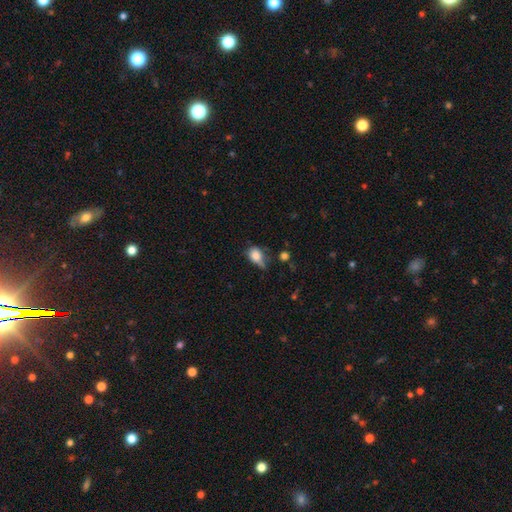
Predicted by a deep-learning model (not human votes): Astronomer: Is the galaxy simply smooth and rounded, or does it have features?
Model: smooth — 79%.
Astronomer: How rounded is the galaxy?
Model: in between — 66%.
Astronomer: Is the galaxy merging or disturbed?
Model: minor disturbance — 40% (runner-up: none, 35%).